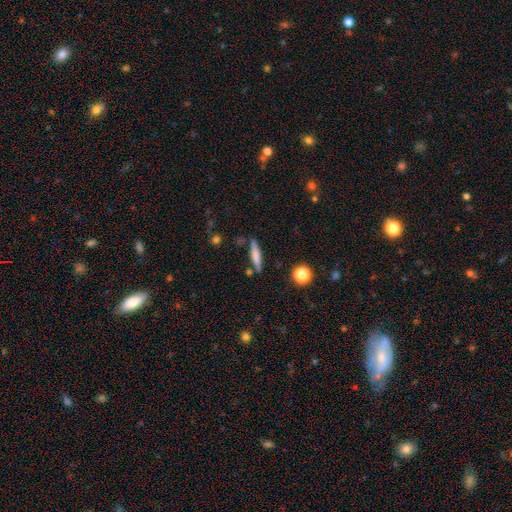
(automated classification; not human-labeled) Morphology: type=smooth (66%); roundness=cigar-shaped (86%); merging=none (79%).